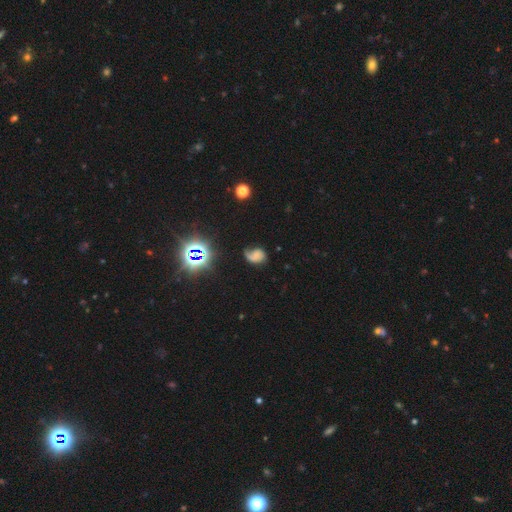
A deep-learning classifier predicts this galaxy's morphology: Smooth or featured? featured or disk (46%)
Merging? none (41%)